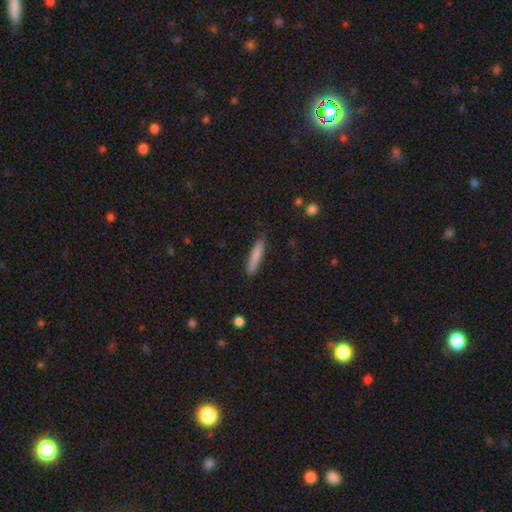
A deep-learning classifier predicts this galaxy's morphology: The model was most divided on "smooth or featured": smooth: 82%, featured or disk: 12%, star or artifact: 6%. More confident: how rounded — cigar-shaped (89%); merging — none (86%).